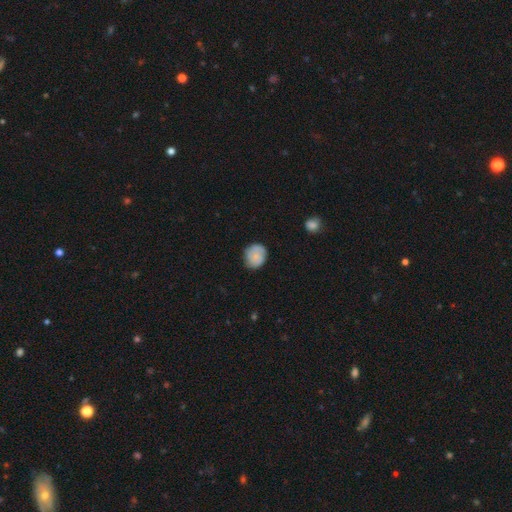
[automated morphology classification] This is likely a smooth galaxy (69%). How rounded: likely round (73%). Merging: likely none (74%).